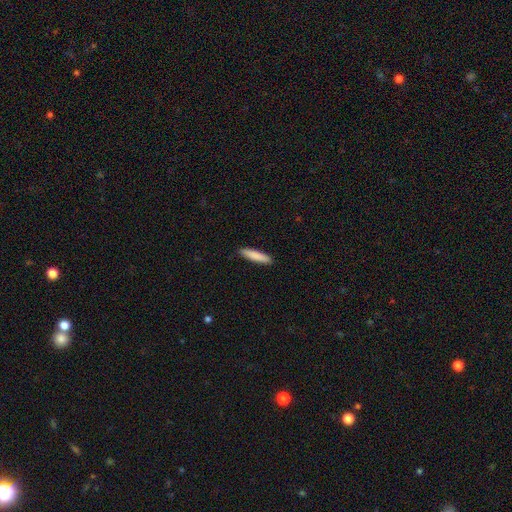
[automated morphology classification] Smooth or featured? smooth (86%)
How rounded? cigar-shaped (85%)
Merging? none (91%)